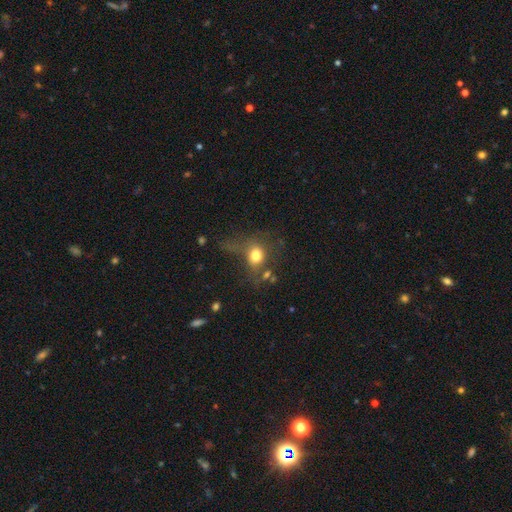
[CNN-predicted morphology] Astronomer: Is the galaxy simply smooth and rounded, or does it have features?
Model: smooth — 72%.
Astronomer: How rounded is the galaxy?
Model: round — 59% (runner-up: in between, 39%).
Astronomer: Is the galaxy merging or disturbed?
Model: none — 38% (runner-up: major disturbance, 32%).